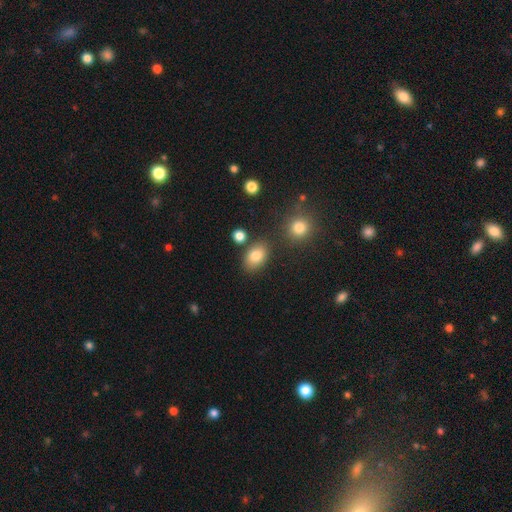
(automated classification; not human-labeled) Smooth or featured? Predicted: smooth (p=0.82). How rounded? Predicted: in between (p=0.81). Merging? Predicted: none (p=0.78).